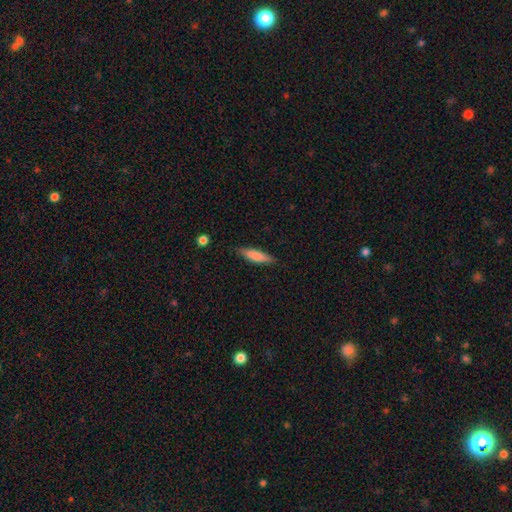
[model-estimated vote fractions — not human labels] A smooth galaxy with no disk features (78%) that is cigar-shaped (70%). Merging: none (84%).